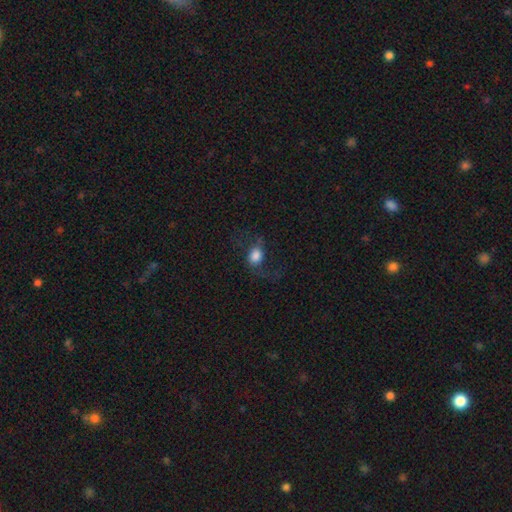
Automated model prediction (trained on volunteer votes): smooth-or-featured: smooth: 62% | featured or disk: 28% | star or artifact: 11%
  how-rounded: in between: 53% | round: 45% | cigar-shaped: 2%
  merging: none: 45% | major disturbance: 32% | minor disturbance: 20% | merger: 3%